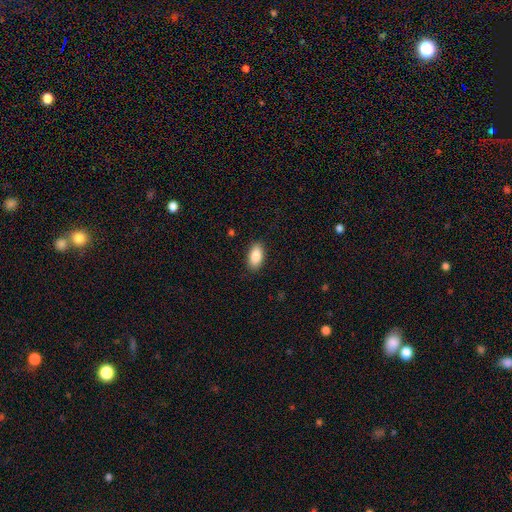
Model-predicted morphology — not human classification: A smooth galaxy with no disk features (88%) that is in between round and cigar-shaped (93%).

Vote fractions:
- Smooth or featured? smooth: 88% / star or artifact: 7% / featured or disk: 6%
- How rounded? in between: 93% / round: 3% / cigar-shaped: 3%
- Merging? none: 88% / minor disturbance: 9% / major disturbance: 2% / merger: 1%